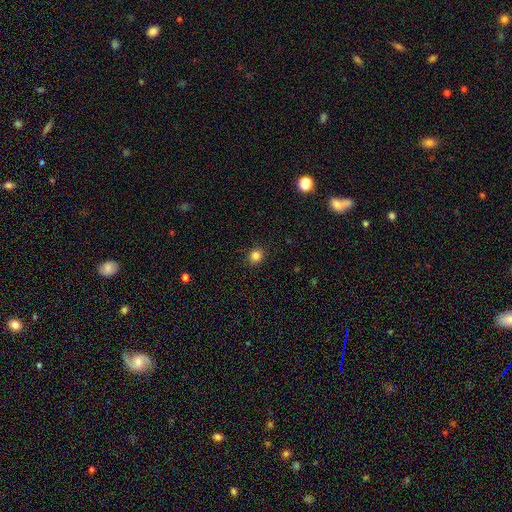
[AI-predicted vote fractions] smooth 84%, star or artifact 12%, featured or disk 4%. Down the decision tree: how rounded — round (80%); merging — none (90%).